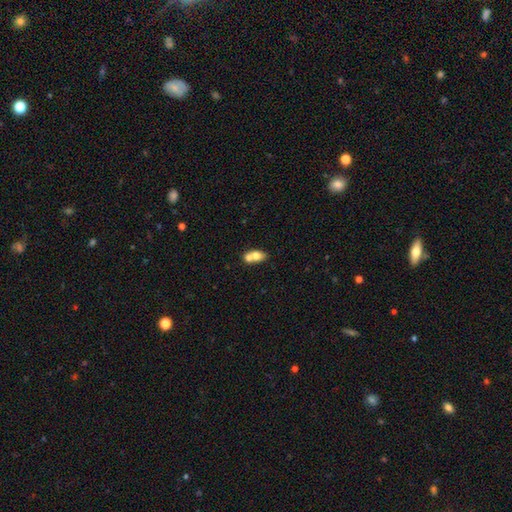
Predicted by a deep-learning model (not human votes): smooth_or_featured: smooth (p=0.70) [alt: featured or disk p=0.22]
how_rounded: in between (p=0.71) [alt: round p=0.26]
merging: merger (p=0.64) [alt: none p=0.25]